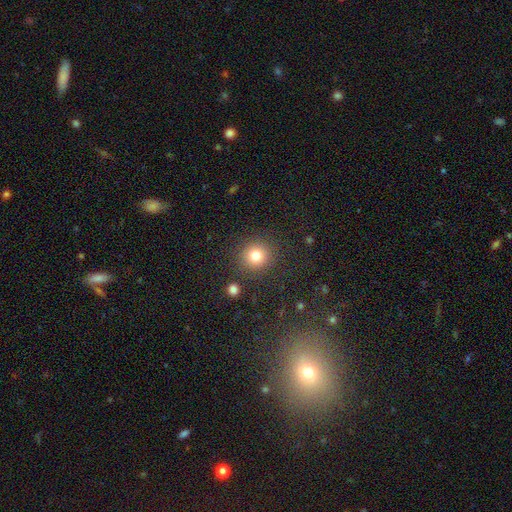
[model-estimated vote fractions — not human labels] A smooth galaxy with no disk features (81%) that is round (92%). Merging: none (88%).